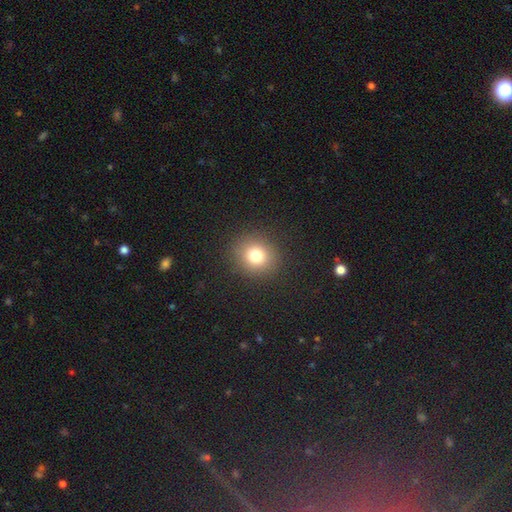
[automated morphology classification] This appears to be a smooth galaxy with no disk features (77%) that is round (85%). Merging: none (90%).